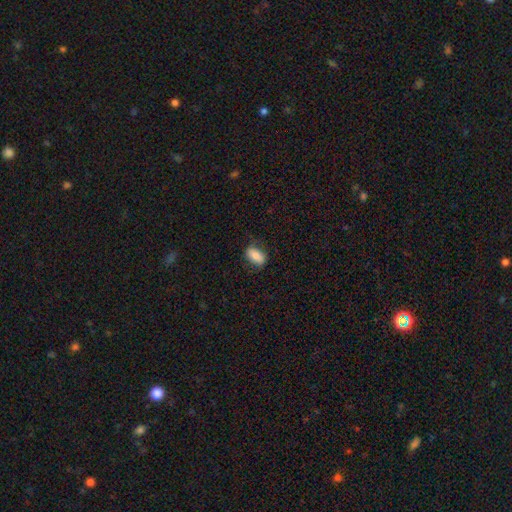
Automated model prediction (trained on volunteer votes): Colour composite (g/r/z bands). It shows a smooth galaxy with no disk features (79%) that is in between round and cigar-shaped (88%). Merging: none (76%).